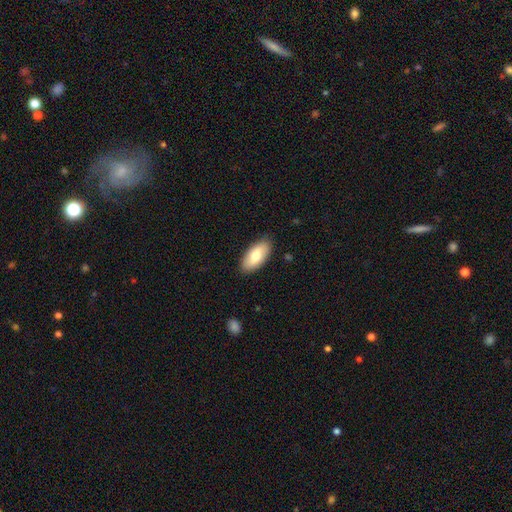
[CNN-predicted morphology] A smooth galaxy with no disk features (73%) that is in between round and cigar-shaped (92%). Merging: none (87%).